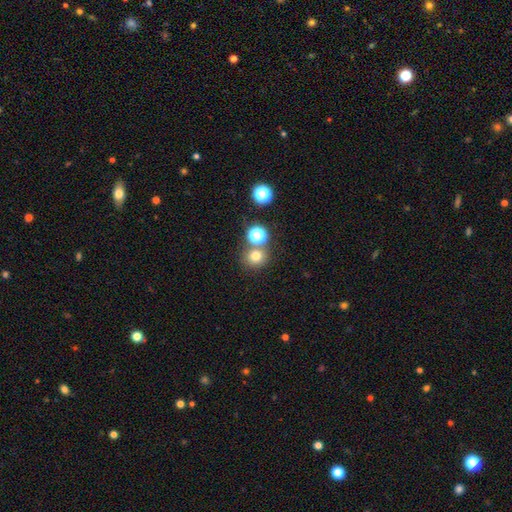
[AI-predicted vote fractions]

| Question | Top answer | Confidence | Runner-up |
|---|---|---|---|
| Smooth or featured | smooth | 74% | star or artifact (18%) |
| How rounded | round | 85% | in between (14%) |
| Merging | none | 69% | merger (20%) |